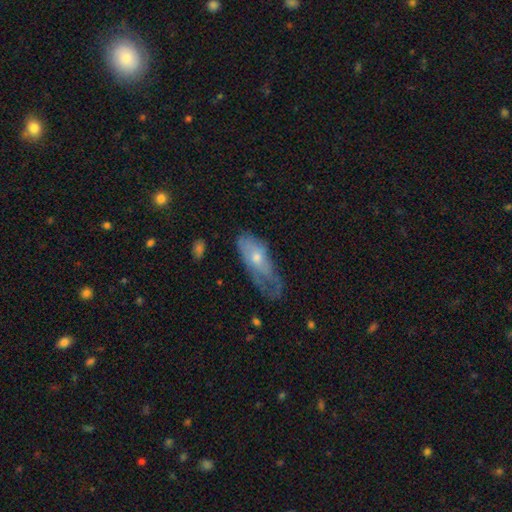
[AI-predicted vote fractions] smooth_or_featured: featured or disk (p=0.47) [alt: smooth p=0.45]
merging: major disturbance (p=0.38) [alt: minor disturbance p=0.32]